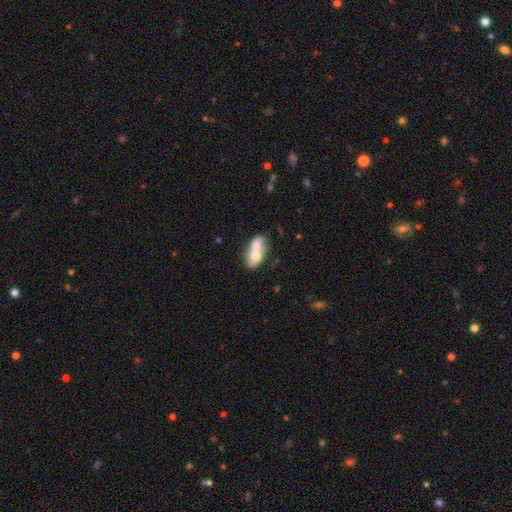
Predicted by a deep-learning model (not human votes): Smooth or featured?
  - smooth: 62% *
  - featured or disk: 30%
  - star or artifact: 8%
How rounded?
  - in between: 80% *
  - round: 15%
  - cigar-shaped: 4%
Merging?
  - merger: 66% *
  - none: 19%
  - minor disturbance: 9%
  - major disturbance: 6%